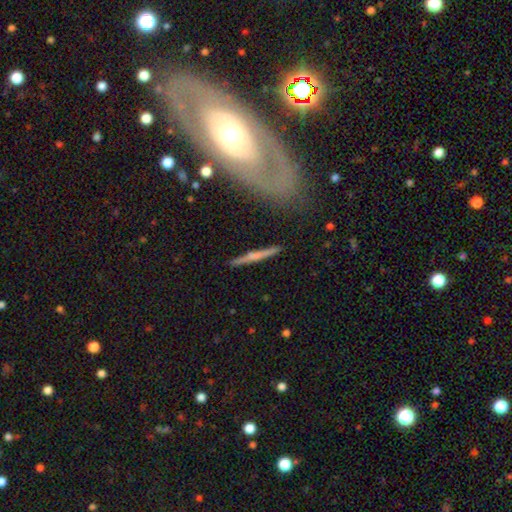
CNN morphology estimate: smooth-or-featured: featured or disk: 50% | smooth: 43% | star or artifact: 7%
  merging: none: 85% | minor disturbance: 9% | major disturbance: 3% | merger: 3%